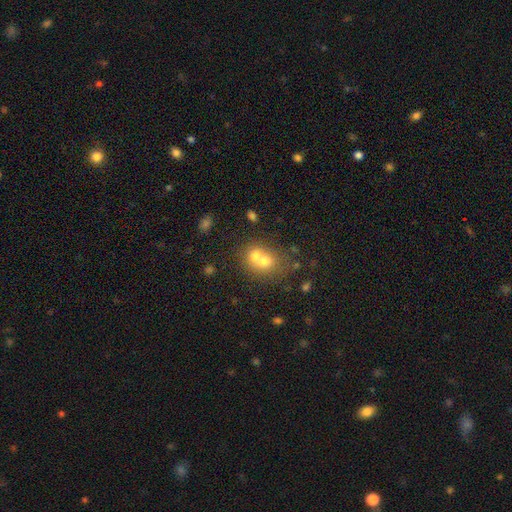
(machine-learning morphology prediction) This is likely a smooth galaxy (65%). How rounded: likely round (66%). Merging: likely merger (66%).